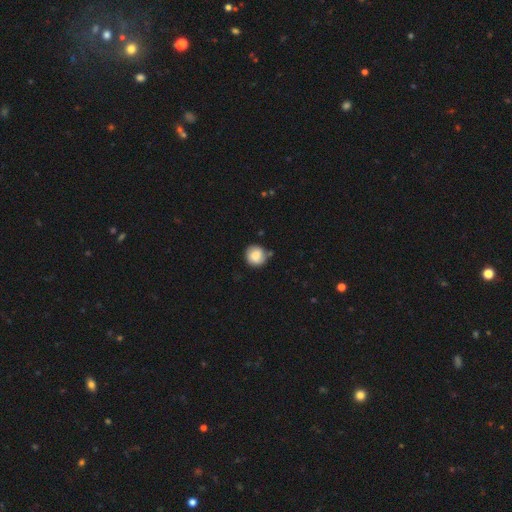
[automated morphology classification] Smooth or featured? smooth (82%)
How rounded? round (91%)
Merging? none (75%)